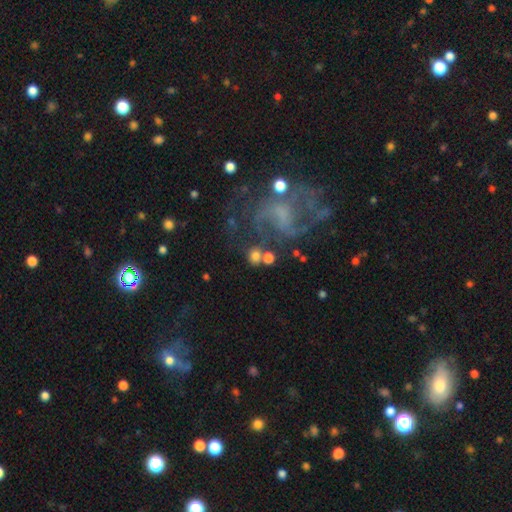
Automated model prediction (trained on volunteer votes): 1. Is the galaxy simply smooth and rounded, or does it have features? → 67% smooth, 20% featured or disk, 13% star or artifact.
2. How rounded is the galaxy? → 81% round, 18% in between, 1% cigar-shaped.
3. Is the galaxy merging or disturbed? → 63% none, 15% merger, 13% minor disturbance, 10% major disturbance.